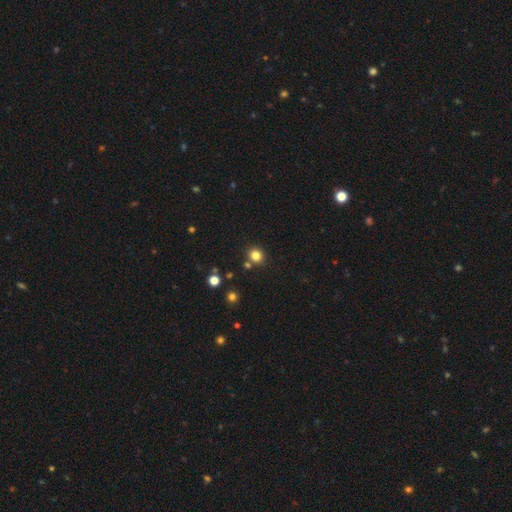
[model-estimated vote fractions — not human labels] smooth-or-featured: smooth: 81% | star or artifact: 14% | featured or disk: 5%
  how-rounded: round: 82% | in between: 17% | cigar-shaped: 1%
  merging: none: 81% | merger: 9% | minor disturbance: 8% | major disturbance: 2%